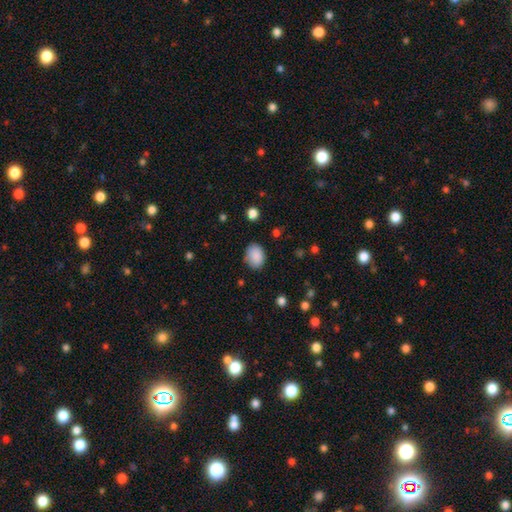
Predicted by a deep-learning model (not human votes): Q: Smooth or featured?
A: smooth (89%); runner-up: star or artifact (7%)
Q: How rounded?
A: in between (62%); runner-up: round (37%)
Q: Merging?
A: none (79%); runner-up: minor disturbance (16%)